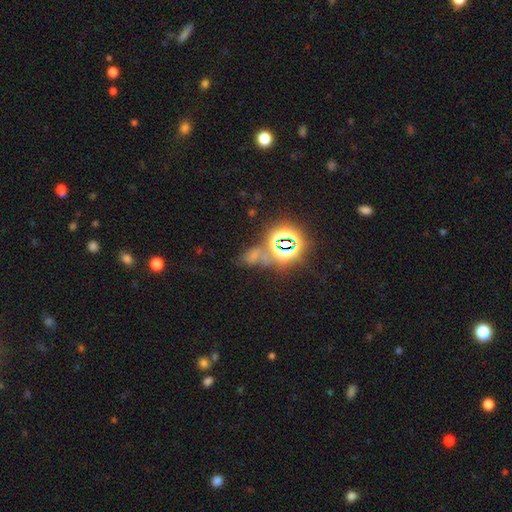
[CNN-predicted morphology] smooth-or-featured: star or artifact: 55% | smooth: 34% | featured or disk: 11%